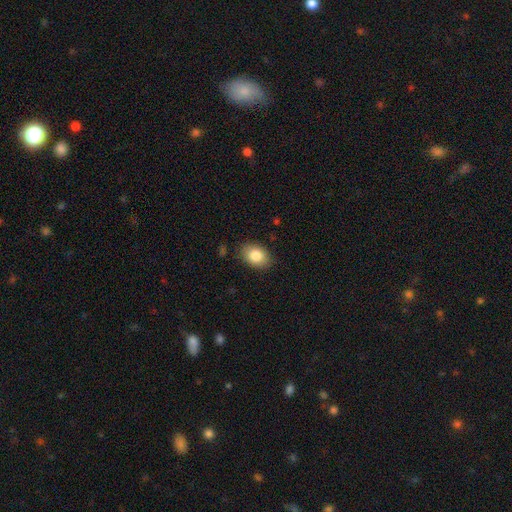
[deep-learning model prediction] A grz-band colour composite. It shows a smooth galaxy with no disk features (84%) that is in between round and cigar-shaped (80%). Merging: none (84%).